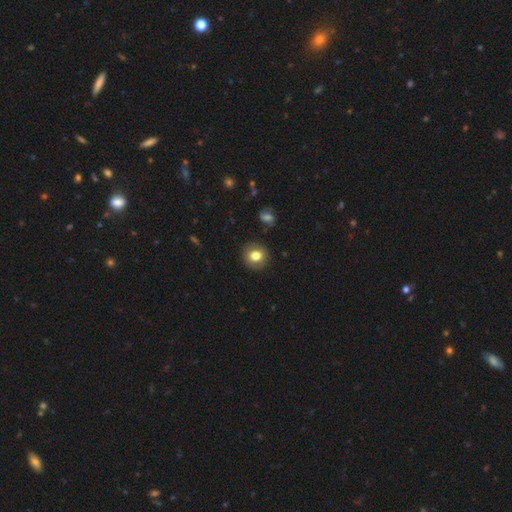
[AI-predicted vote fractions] The model was most divided on "how rounded": round: 80%, in between: 19%, cigar-shaped: 1%. More confident: merging — none (88%); smooth or featured — smooth (78%).